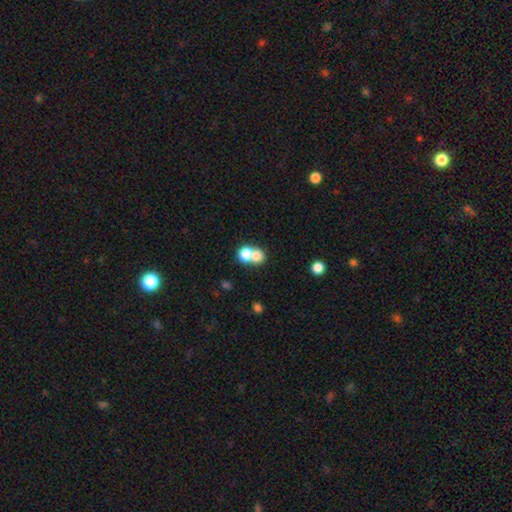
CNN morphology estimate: Smooth or featured: smooth — 74% (featured or disk — 15%)
How rounded: round — 73% (in between — 26%)
Merging: merger — 63% (none — 29%)